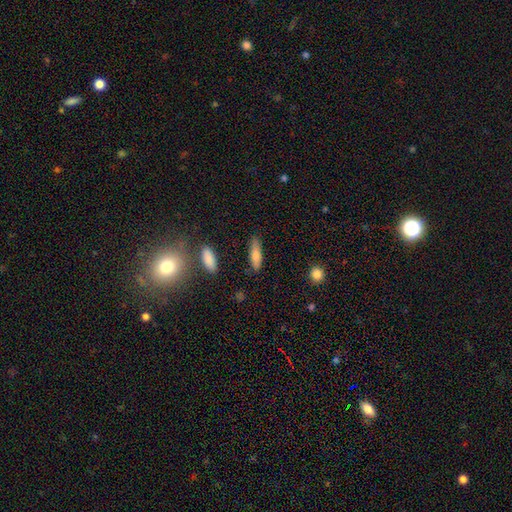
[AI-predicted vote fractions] smooth_or_featured: smooth (p=0.78) [alt: featured or disk p=0.15]
how_rounded: cigar-shaped (p=0.57) [alt: in between p=0.41]
merging: none (p=0.80) [alt: minor disturbance p=0.14]